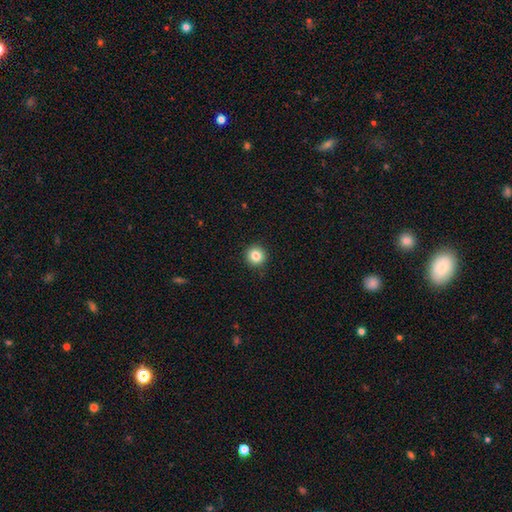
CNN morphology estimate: Smooth or featured?
  - smooth: 83% *
  - star or artifact: 11%
  - featured or disk: 6%
How rounded?
  - round: 95% *
  - in between: 4%
  - cigar-shaped: 1%
Merging?
  - none: 92% *
  - minor disturbance: 5%
  - major disturbance: 2%
  - merger: 1%